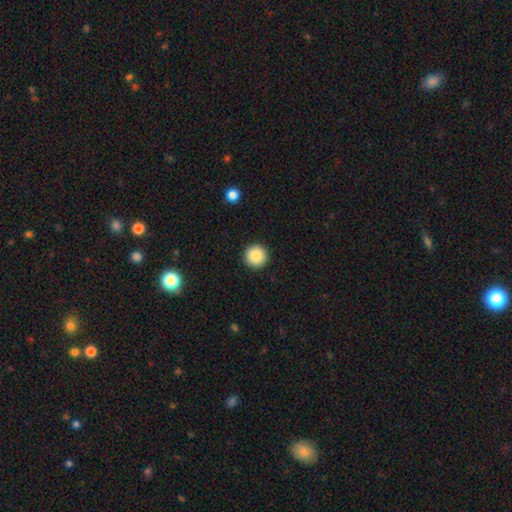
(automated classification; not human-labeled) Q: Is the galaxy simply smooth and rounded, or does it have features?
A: smooth — 87%.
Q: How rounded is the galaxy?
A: round — 96%.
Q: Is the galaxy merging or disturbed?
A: none — 93%.